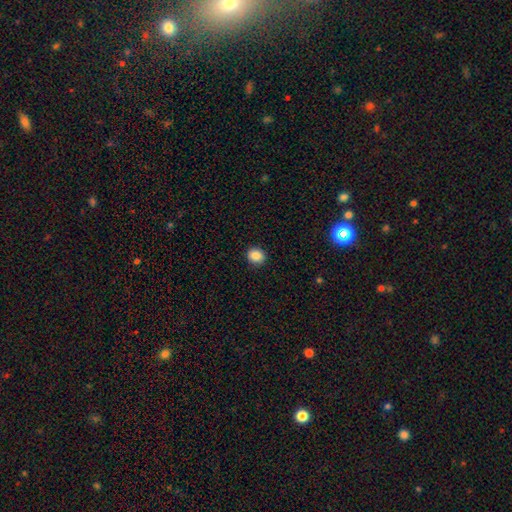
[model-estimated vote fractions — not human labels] Q: Smooth or featured?
A: smooth (87%); runner-up: star or artifact (10%)
Q: How rounded?
A: round (80%); runner-up: in between (19%)
Q: Merging?
A: none (91%); runner-up: minor disturbance (6%)